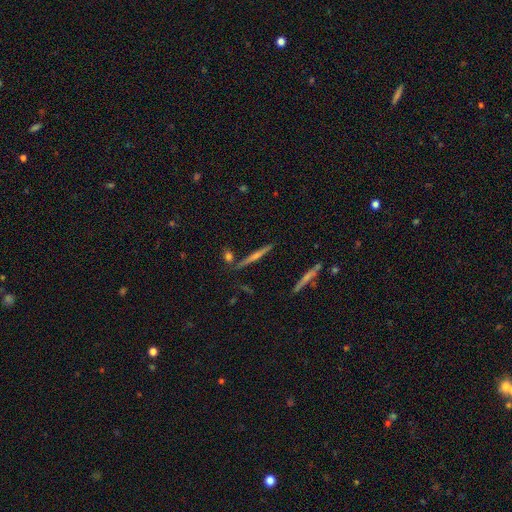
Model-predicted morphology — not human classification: A featured or disk galaxy (67%) viewed edge-on (97%) with a rounded central bulge (66%). Merging: none (86%).